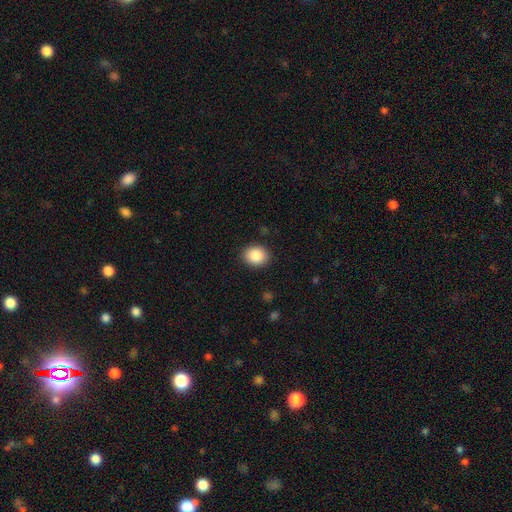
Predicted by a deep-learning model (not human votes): A smooth galaxy with no disk features (87%) that is round (56%).

Vote fractions:
- Smooth or featured? smooth: 87% / star or artifact: 8% / featured or disk: 5%
- How rounded? round: 56% / in between: 43% / cigar-shaped: 1%
- Merging? none: 90% / minor disturbance: 7% / major disturbance: 2% / merger: 1%